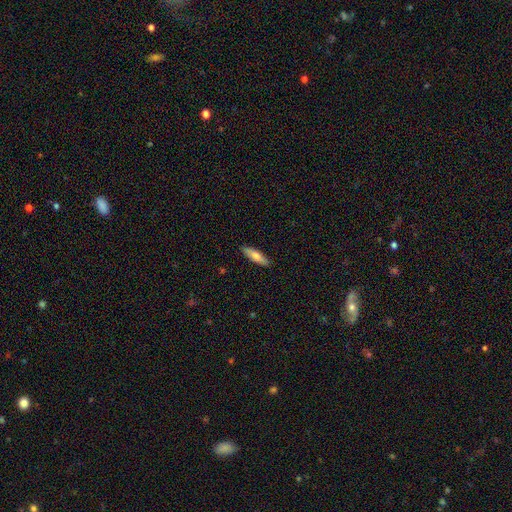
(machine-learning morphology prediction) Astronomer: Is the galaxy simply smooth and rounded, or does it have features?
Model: smooth — 70%.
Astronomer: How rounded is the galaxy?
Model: cigar-shaped — 59% (runner-up: in between, 39%).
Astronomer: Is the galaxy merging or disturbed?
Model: none — 89%.